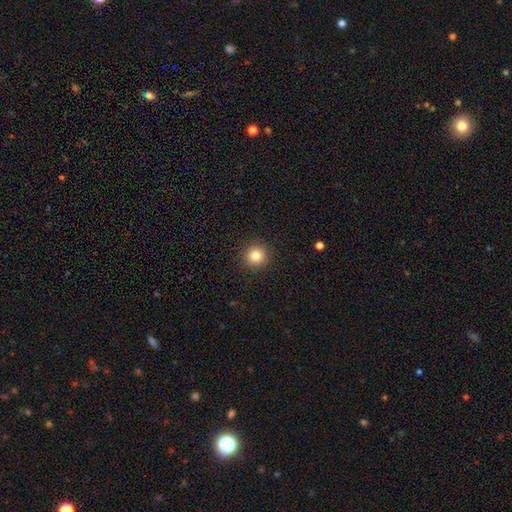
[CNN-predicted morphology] Smooth or featured? smooth (83%)
How rounded? round (95%)
Merging? none (92%)